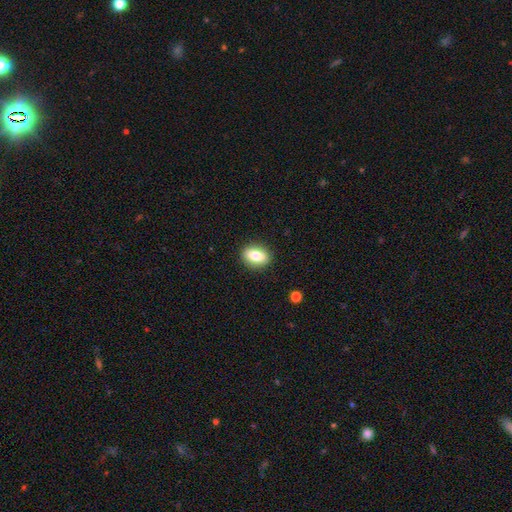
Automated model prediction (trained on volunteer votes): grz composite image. It shows a smooth galaxy with no disk features (76%) that is in between round and cigar-shaped (74%). Merging: none (89%).